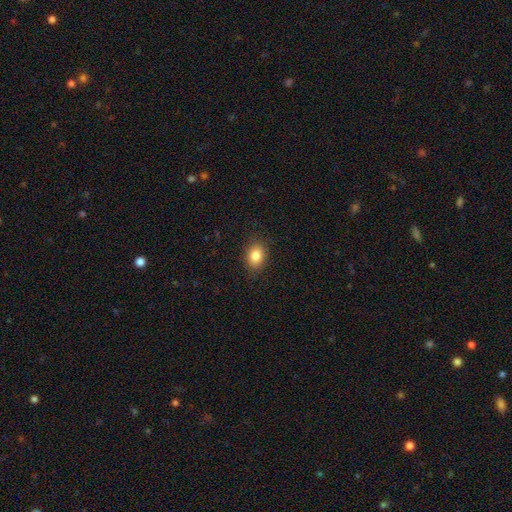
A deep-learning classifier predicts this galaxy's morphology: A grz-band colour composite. It shows a smooth galaxy with no disk features (84%) that is in between round and cigar-shaped (67%). Merging: none (87%).